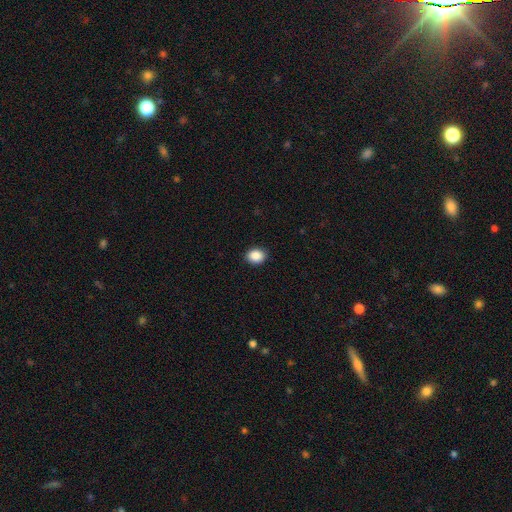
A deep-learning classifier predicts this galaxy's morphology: Smooth or featured?
  - smooth: 89% *
  - star or artifact: 8%
  - featured or disk: 3%
How rounded?
  - in between: 51% *
  - round: 48%
  - cigar-shaped: 1%
Merging?
  - none: 89% *
  - minor disturbance: 8%
  - major disturbance: 2%
  - merger: 1%